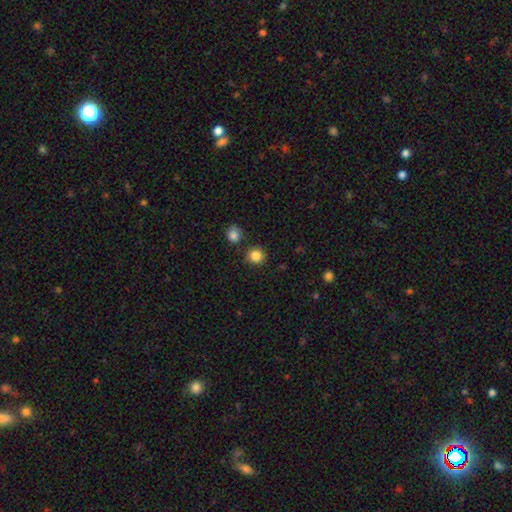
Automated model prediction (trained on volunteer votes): Smooth or featured: smooth — 85% (star or artifact — 11%)
How rounded: round — 92% (in between — 7%)
Merging: none — 85% (minor disturbance — 7%)